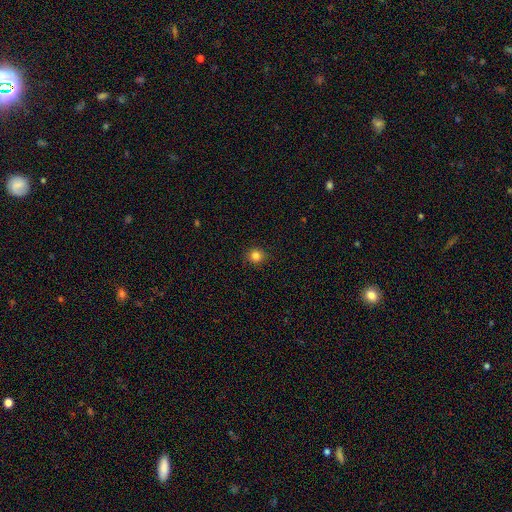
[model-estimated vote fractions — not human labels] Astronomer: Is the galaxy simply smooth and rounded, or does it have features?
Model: smooth — 83%.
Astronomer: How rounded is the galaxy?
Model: round — 90%.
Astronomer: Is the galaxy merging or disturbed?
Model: none — 90%.